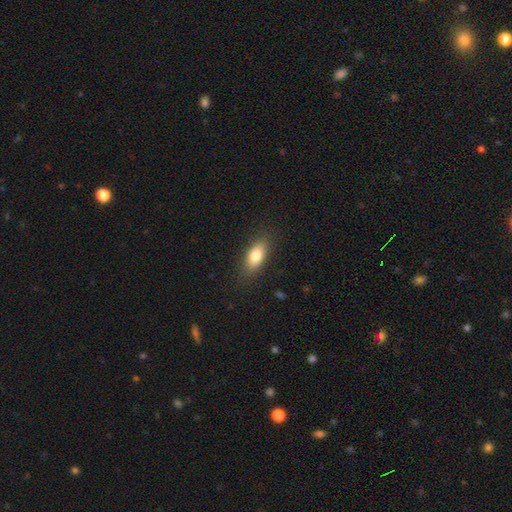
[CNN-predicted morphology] smooth_or_featured: smooth (p=0.81) [alt: featured or disk p=0.12]
how_rounded: in between (p=0.82) [alt: cigar-shaped p=0.14]
merging: none (p=0.84) [alt: minor disturbance p=0.12]